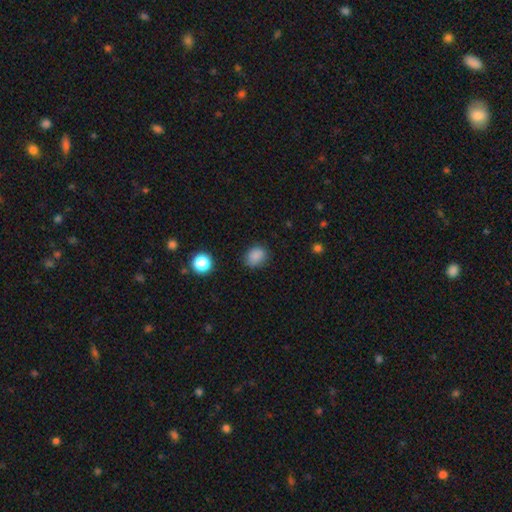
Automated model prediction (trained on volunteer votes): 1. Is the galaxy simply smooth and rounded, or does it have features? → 86% smooth, 11% star or artifact, 4% featured or disk.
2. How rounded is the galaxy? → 51% in between, 48% round, 1% cigar-shaped.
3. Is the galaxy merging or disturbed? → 80% none, 15% minor disturbance, 4% major disturbance, 2% merger.